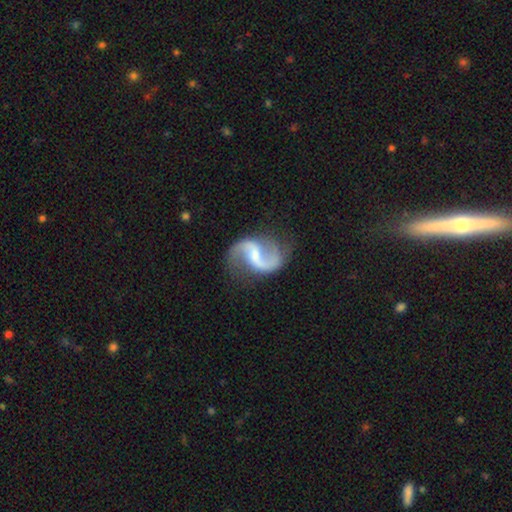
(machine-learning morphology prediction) This is clearly a featured or disk galaxy (90%). It is clearly not viewed edge-on (98%). Bar: possibly weak (51%). Spiral arm pattern: clearly yes (97%). Spiral arm count: clearly 2 (93%). Spiral winding: likely loose (72%). Central bulge: possibly small (45%). Merging: likely none (75%).